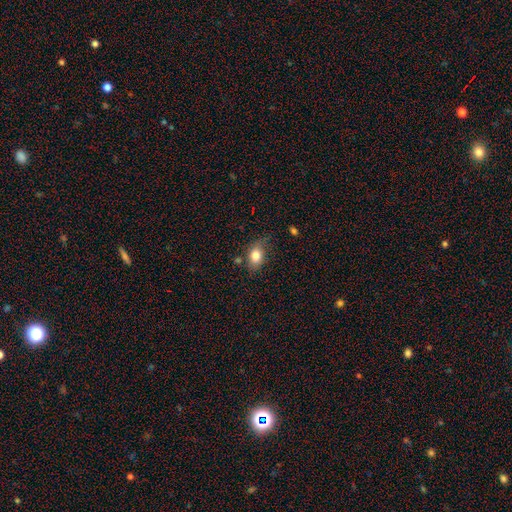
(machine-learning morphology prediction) This is clearly a smooth galaxy (82%). How rounded: likely in between (73%). Merging: likely none (67%).